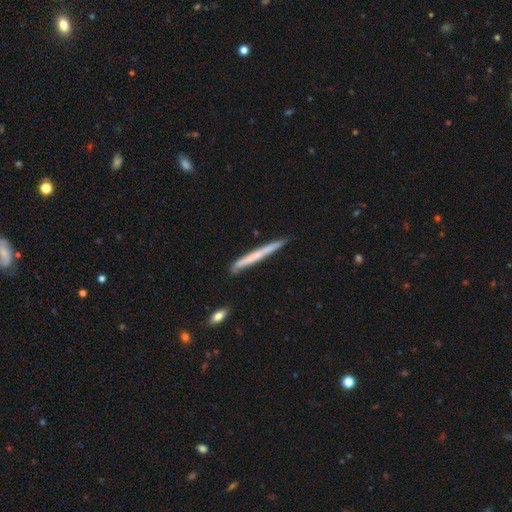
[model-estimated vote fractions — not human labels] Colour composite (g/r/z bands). It shows a smooth galaxy with no disk features (51%) that is cigar-shaped (97%). Merging: none (85%).